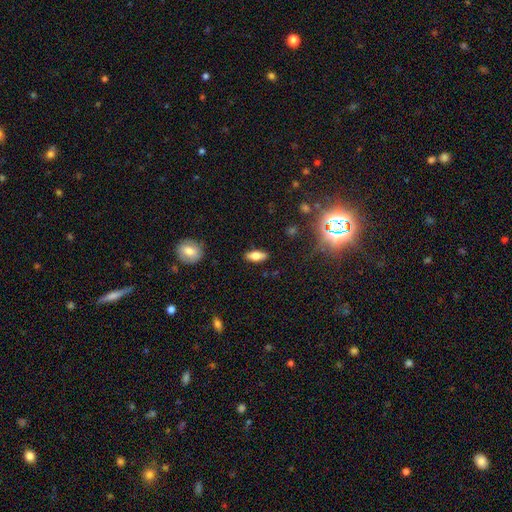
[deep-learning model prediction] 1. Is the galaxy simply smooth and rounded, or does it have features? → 71% smooth, 20% featured or disk, 10% star or artifact.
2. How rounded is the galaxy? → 77% in between, 20% cigar-shaped, 3% round.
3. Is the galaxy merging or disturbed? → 87% none, 9% minor disturbance, 2% major disturbance, 1% merger.